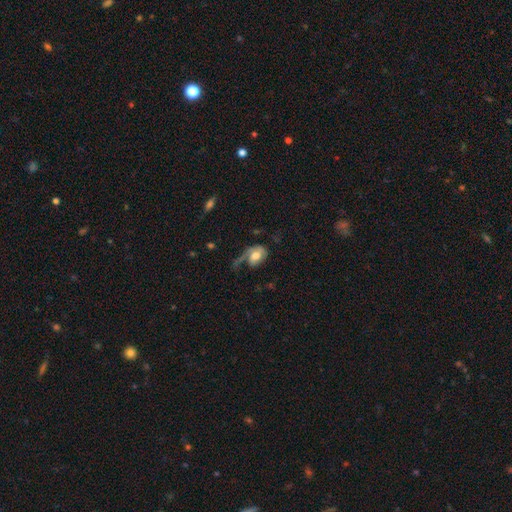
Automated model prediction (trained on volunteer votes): This is possibly a smooth galaxy (48%). Merging: possibly major disturbance (48%).